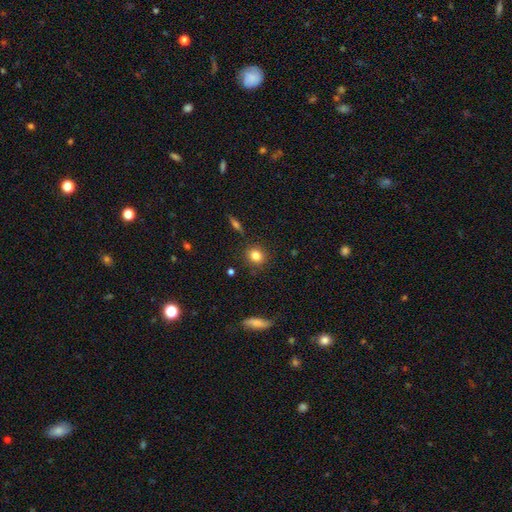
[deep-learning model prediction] Smooth or featured? smooth (83%)
How rounded? round (74%)
Merging? none (86%)